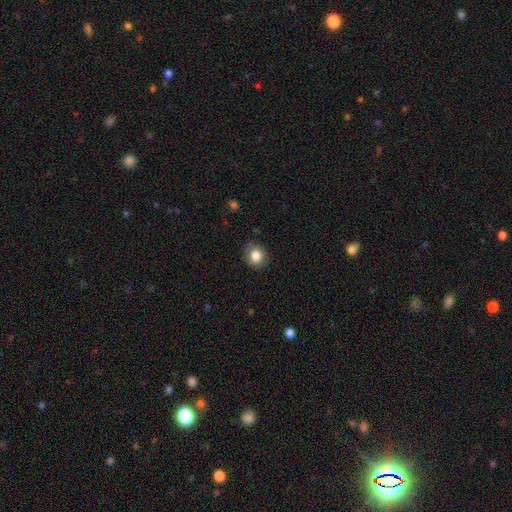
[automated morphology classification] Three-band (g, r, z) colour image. It shows a smooth galaxy with no disk features (84%) that is round (71%). Merging: none (82%).